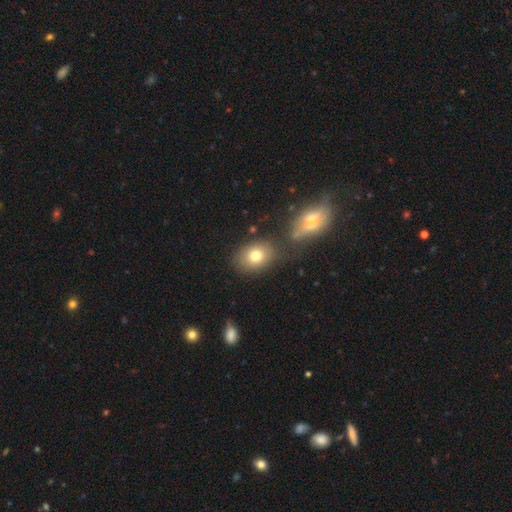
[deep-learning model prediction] The model was most divided on "how rounded": in between: 65%, round: 34%, cigar-shaped: 1%. More confident: smooth or featured — smooth (75%); merging — none (71%).